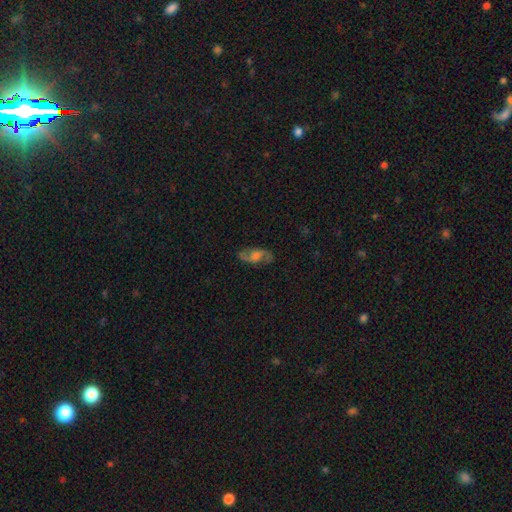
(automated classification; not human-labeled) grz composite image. It shows a featured or disk galaxy (68%) with no bar (46%), 2 (90%) loose (50%) spiral arms (89%) and a moderate central bulge (35%). Merging: none (81%).